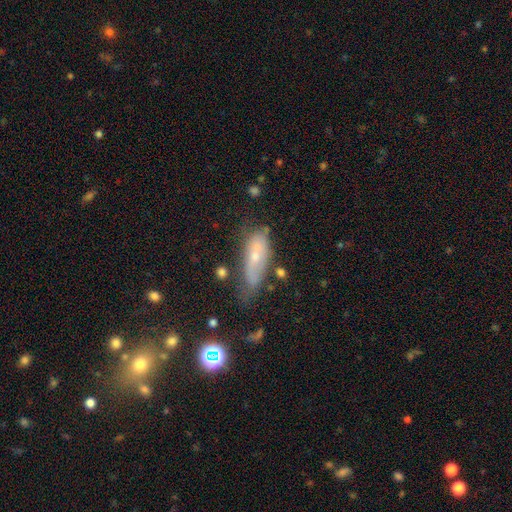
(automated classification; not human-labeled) Smooth or featured? Predicted: smooth (p=0.52). How rounded? Predicted: in between (p=0.62). Merging? Predicted: none (p=0.45).